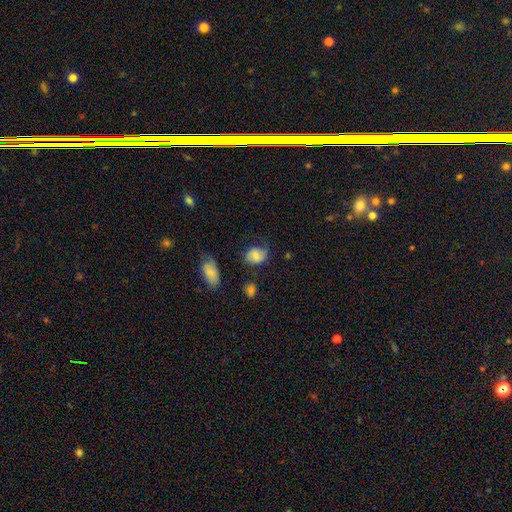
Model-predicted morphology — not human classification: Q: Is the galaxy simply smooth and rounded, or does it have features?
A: smooth — 68%.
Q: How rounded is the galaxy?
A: in between — 59%.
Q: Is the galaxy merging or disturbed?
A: none — 63%.